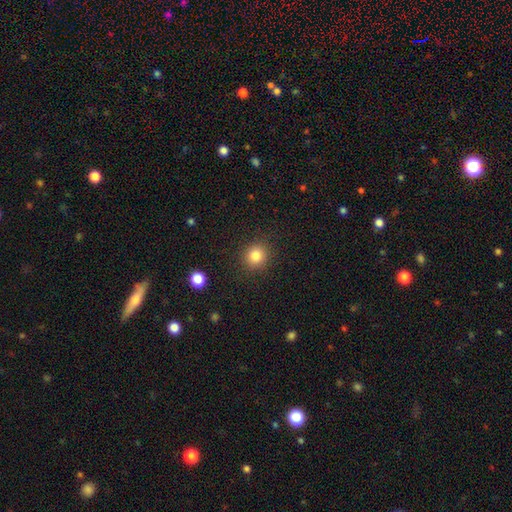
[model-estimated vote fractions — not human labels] smooth-or-featured: smooth: 83% | star or artifact: 11% | featured or disk: 6%
  how-rounded: round: 88% | in between: 11% | cigar-shaped: 1%
  merging: none: 90% | minor disturbance: 7% | major disturbance: 3% | merger: 1%